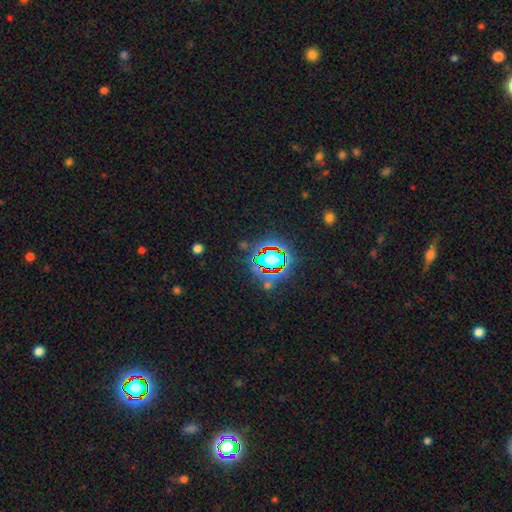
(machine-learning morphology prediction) star or artifact 81%, smooth 12%, featured or disk 8%.